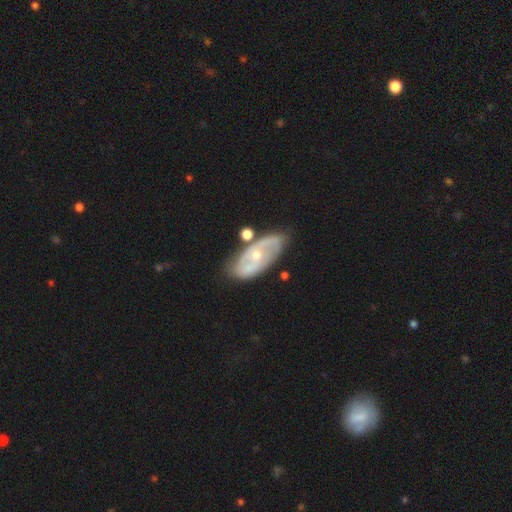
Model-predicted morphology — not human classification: This is likely a featured or disk galaxy (74%). It is clearly not viewed edge-on (91%). Bar: likely no (61%). Spiral arm pattern: likely yes (74%). Central bulge: possibly small (59%). Merging: likely none (68%).